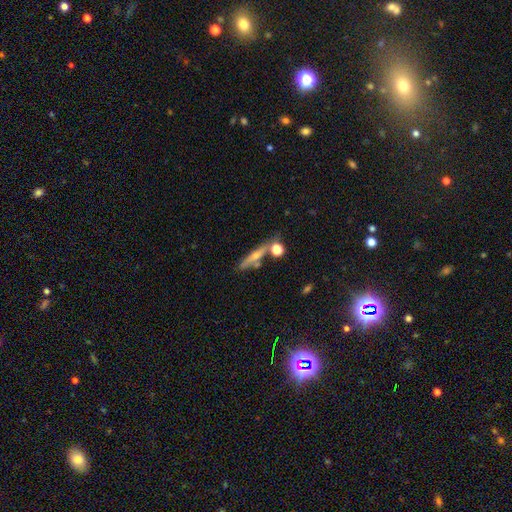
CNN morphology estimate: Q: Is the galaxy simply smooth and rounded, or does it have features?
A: featured or disk — 51%.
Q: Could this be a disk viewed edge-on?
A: yes — 85%.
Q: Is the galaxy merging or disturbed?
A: none — 69%.